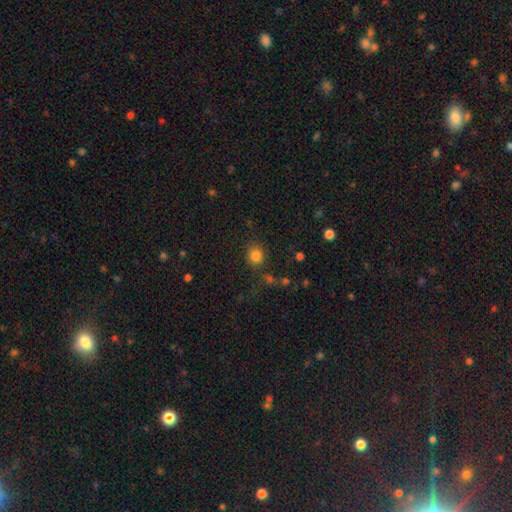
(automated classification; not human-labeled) Smooth or featured? Predicted: smooth (p=0.82). How rounded? Predicted: round (p=0.79). Merging? Predicted: none (p=0.79).